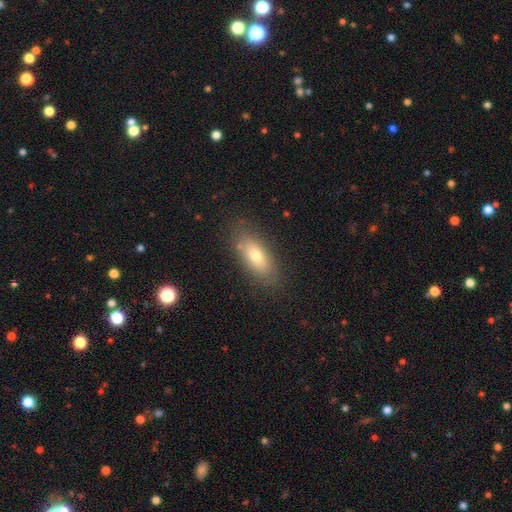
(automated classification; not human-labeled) Morphology: type=smooth (71%); roundness=in between (80%); merging=none (82%).